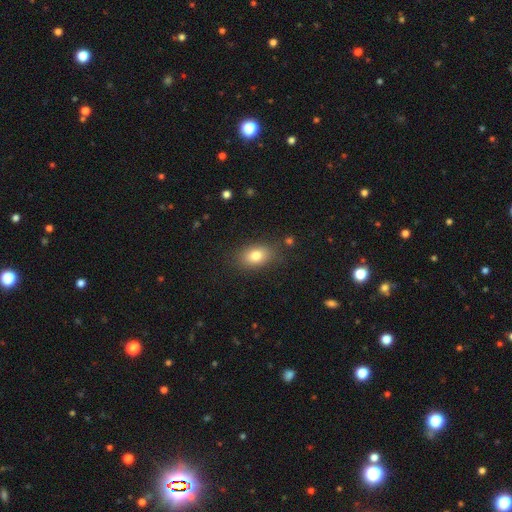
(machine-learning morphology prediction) Overall: smooth (80%). How rounded: in between (81%). Merging: none (81%).